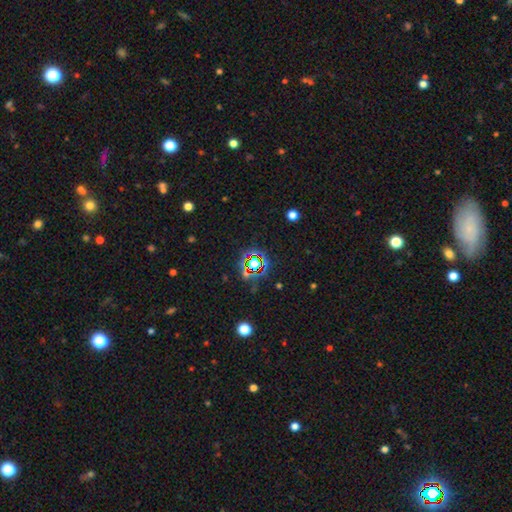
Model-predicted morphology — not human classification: star or artifact 72%, smooth 17%, featured or disk 10%.